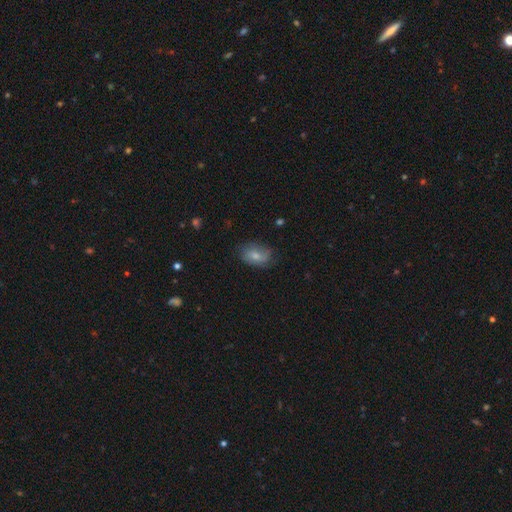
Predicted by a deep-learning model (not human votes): This is likely a smooth galaxy (69%). How rounded: clearly in between (84%). Merging: likely none (70%).